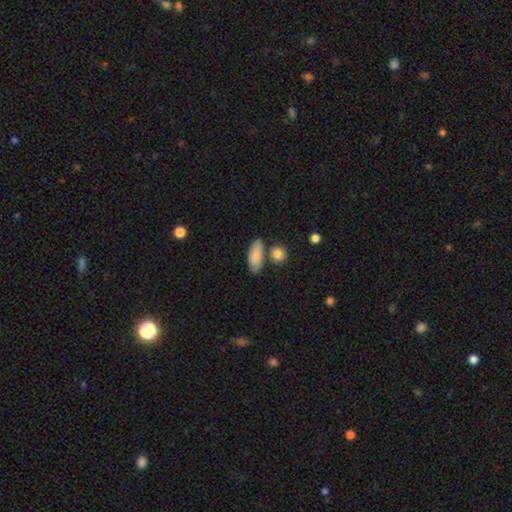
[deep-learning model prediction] smooth 84%, featured or disk 10%, star or artifact 6%. Down the decision tree: how rounded — in between (83%); merging — none (66%).